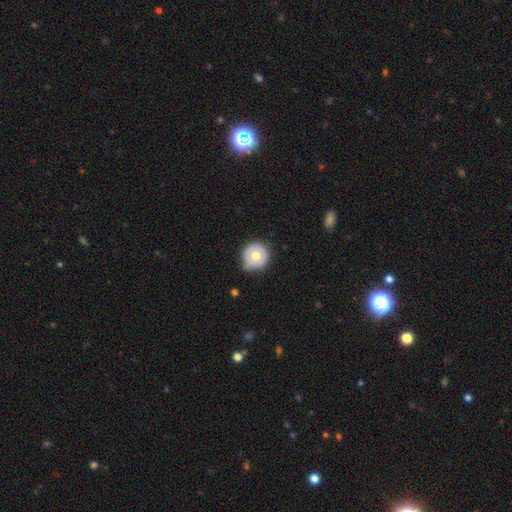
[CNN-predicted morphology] Q: Smooth or featured?
A: smooth (62%); runner-up: featured or disk (31%)
Q: How rounded?
A: round (93%); runner-up: in between (6%)
Q: Merging?
A: none (73%); runner-up: minor disturbance (21%)